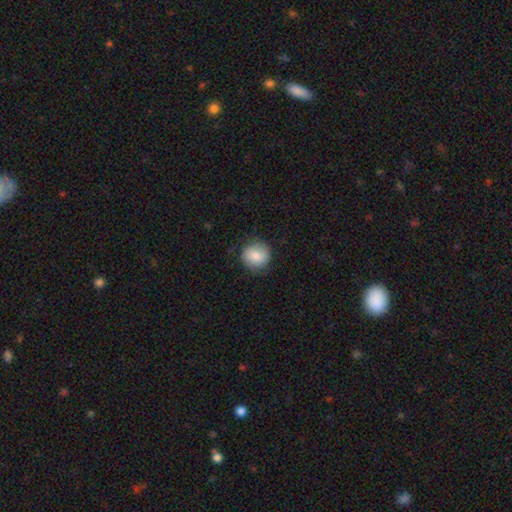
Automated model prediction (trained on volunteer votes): Smooth or featured? smooth (80%)
How rounded? round (86%)
Merging? none (81%)